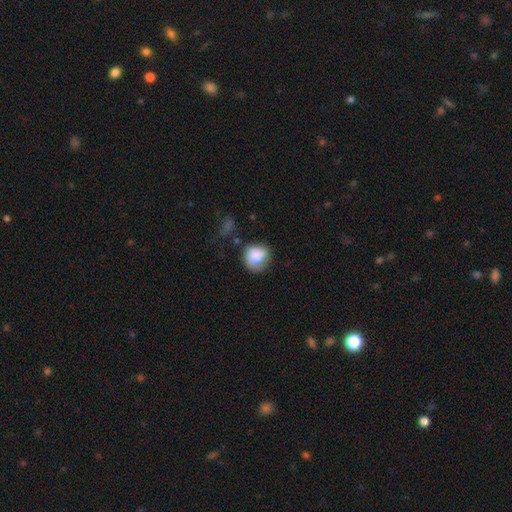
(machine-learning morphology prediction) smooth_or_featured: smooth (p=0.78) [alt: featured or disk p=0.15]
how_rounded: round (p=0.74) [alt: in between p=0.25]
merging: none (p=0.48) [alt: minor disturbance p=0.31]